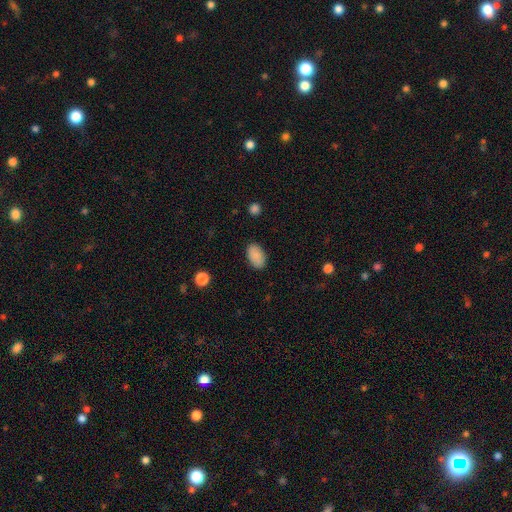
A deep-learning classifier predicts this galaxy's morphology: Q: Smooth or featured?
A: smooth (88%); runner-up: star or artifact (7%)
Q: How rounded?
A: in between (93%); runner-up: round (6%)
Q: Merging?
A: none (87%); runner-up: minor disturbance (10%)